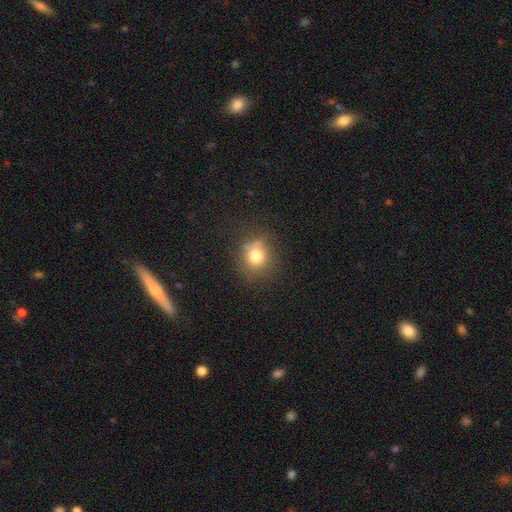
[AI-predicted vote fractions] Overall: smooth (77%). How rounded: round (80%). Merging: none (68%).